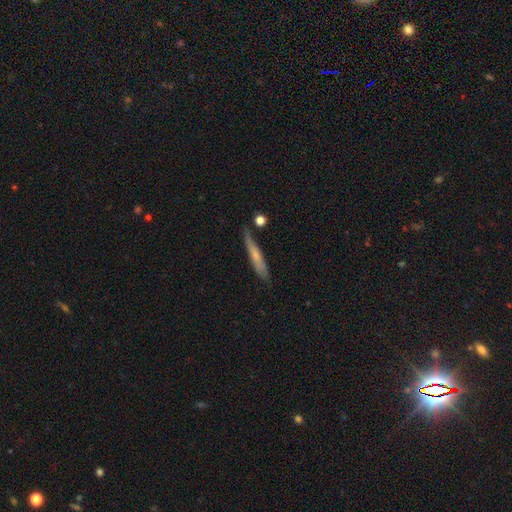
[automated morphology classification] type=smooth (53%); roundness=cigar-shaped (91%); merging=none (68%).